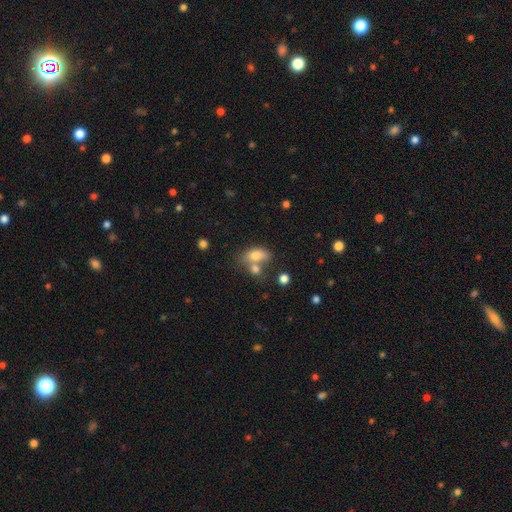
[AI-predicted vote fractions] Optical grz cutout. It shows a smooth galaxy with no disk features (76%) that is in between round and cigar-shaped (83%). Merging: merger (42%).